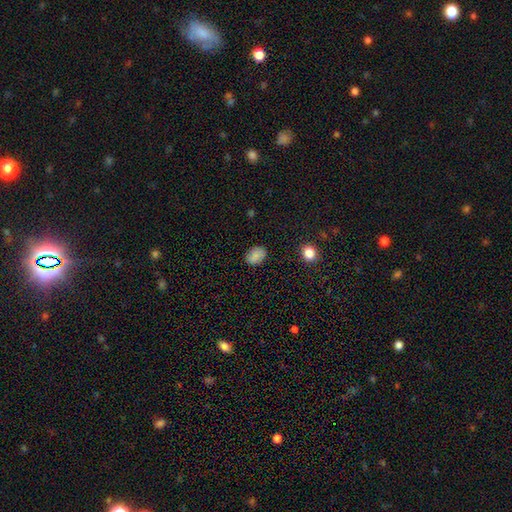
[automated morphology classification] Smooth or featured: smooth — 84% (star or artifact — 9%)
How rounded: in between — 74% (round — 24%)
Merging: none — 84% (minor disturbance — 12%)